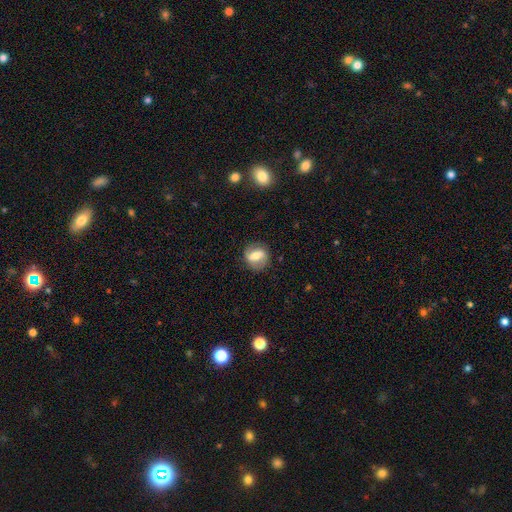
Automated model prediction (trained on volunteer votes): This is possibly a featured or disk galaxy (47%). Merging: clearly none (80%).